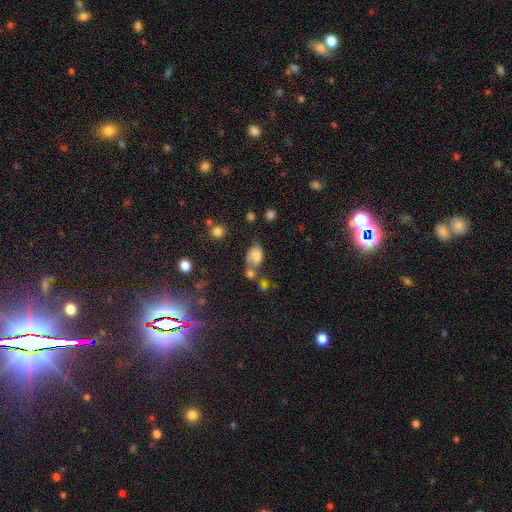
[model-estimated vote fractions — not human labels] Smooth or featured? Predicted: smooth (p=0.62). How rounded? Predicted: in between (p=0.78). Merging? Predicted: merger (p=0.35).